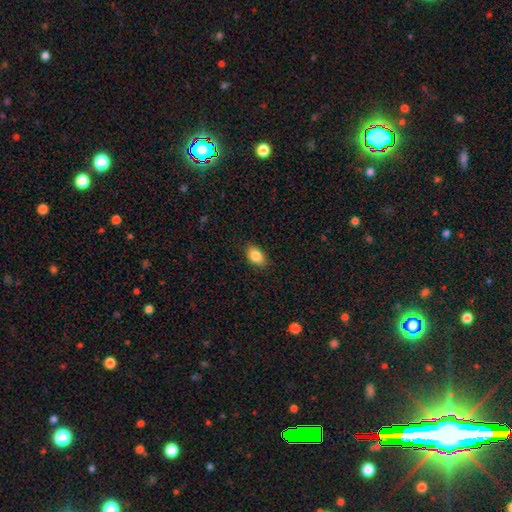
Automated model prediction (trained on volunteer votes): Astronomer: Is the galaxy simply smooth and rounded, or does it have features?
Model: smooth — 86%.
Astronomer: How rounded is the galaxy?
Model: in between — 90%.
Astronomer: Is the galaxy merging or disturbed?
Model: none — 87%.